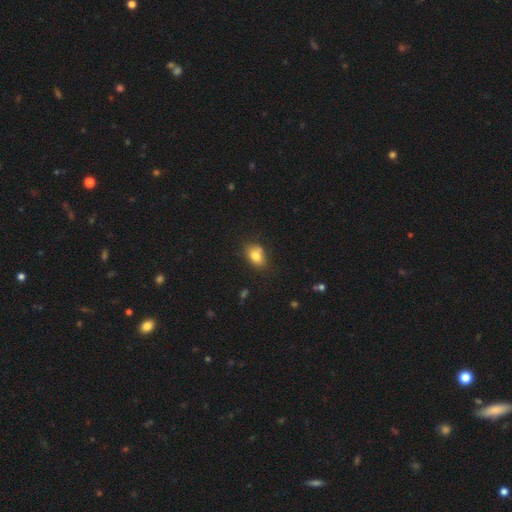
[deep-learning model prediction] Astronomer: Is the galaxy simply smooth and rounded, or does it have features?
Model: smooth — 79%.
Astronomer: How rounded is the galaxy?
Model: in between — 76%.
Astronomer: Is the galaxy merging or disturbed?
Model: none — 65%.